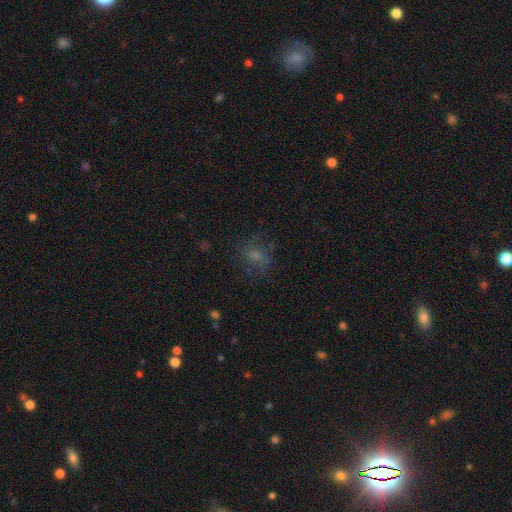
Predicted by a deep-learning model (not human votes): Q: Smooth or featured?
A: smooth (53%); runner-up: featured or disk (27%)
Q: How rounded?
A: round (66%); runner-up: in between (33%)
Q: Merging?
A: none (64%); runner-up: minor disturbance (19%)